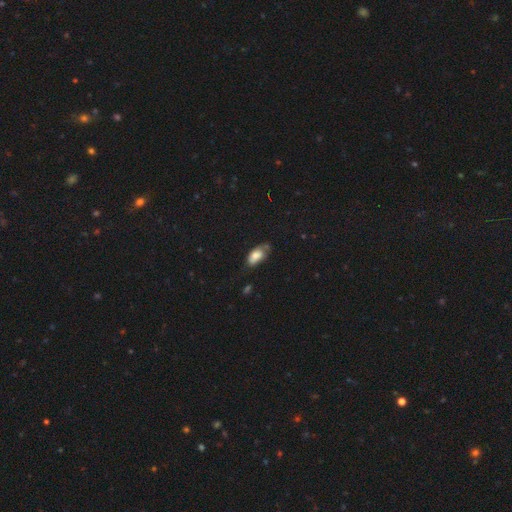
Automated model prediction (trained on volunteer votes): This appears to be a smooth galaxy with no disk features (69%) that is in between round and cigar-shaped (91%). Merging: none (49%).